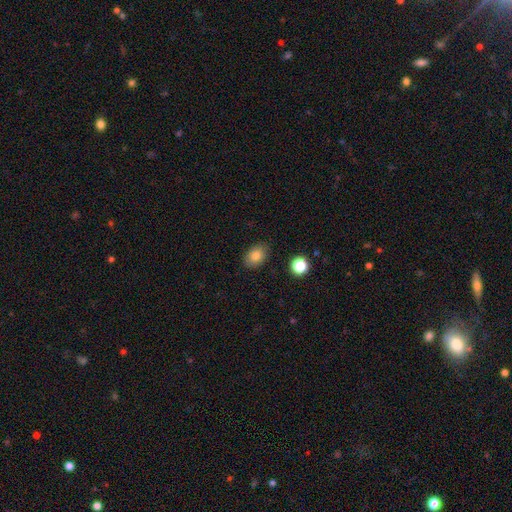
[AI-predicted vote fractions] Smooth or featured? Predicted: smooth (p=0.81). How rounded? Predicted: in between (p=0.77). Merging? Predicted: none (p=0.85).